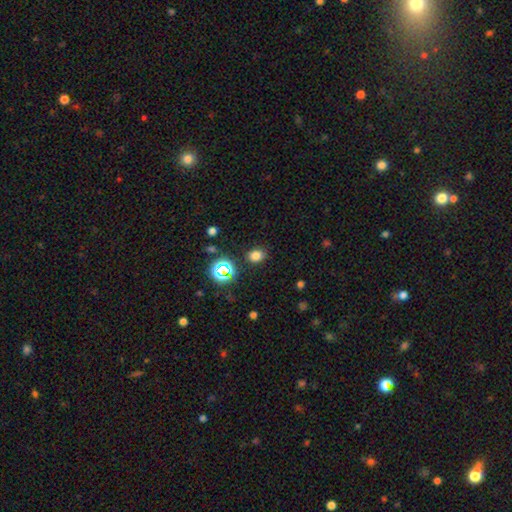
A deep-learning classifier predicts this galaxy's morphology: smooth_or_featured: smooth (p=0.73) [alt: star or artifact p=0.21]
how_rounded: in between (p=0.50) [alt: round p=0.49]
merging: none (p=0.85) [alt: minor disturbance p=0.10]